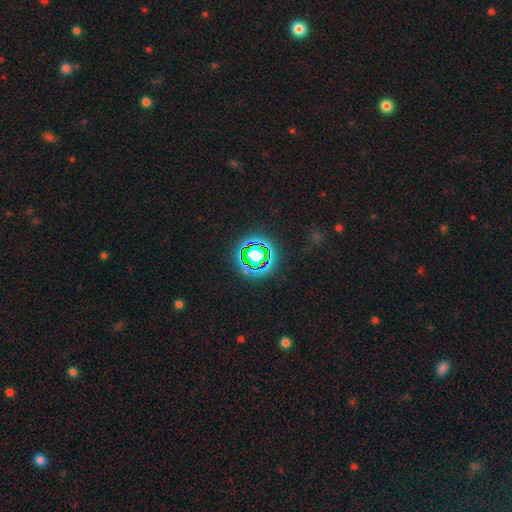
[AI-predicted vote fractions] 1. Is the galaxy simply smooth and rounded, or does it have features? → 65% star or artifact, 23% smooth, 13% featured or disk.